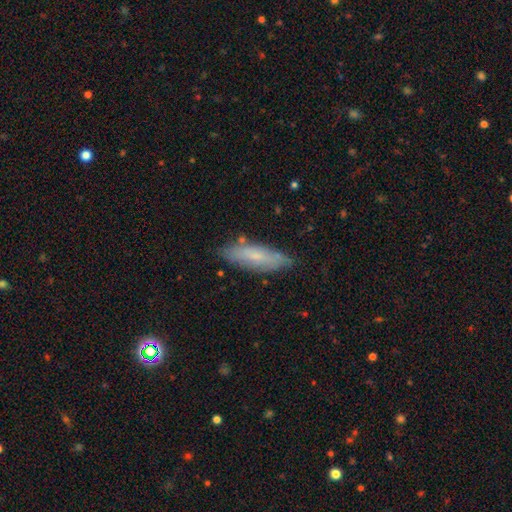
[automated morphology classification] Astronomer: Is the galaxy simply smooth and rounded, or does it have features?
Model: smooth — 62%.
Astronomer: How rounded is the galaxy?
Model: cigar-shaped — 57% (runner-up: in between, 42%).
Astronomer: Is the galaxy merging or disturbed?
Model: none — 80%.